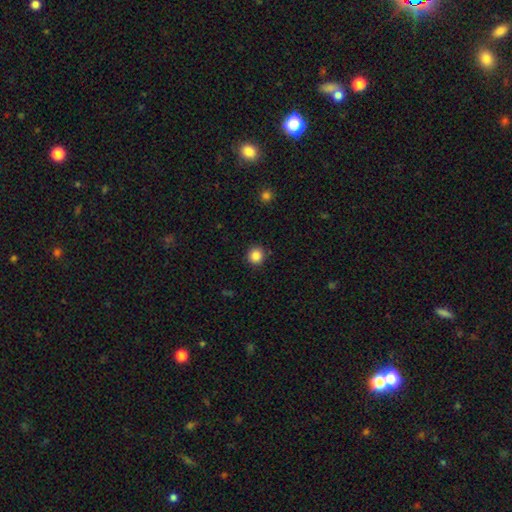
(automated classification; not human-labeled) smooth_or_featured: smooth (p=0.86) [alt: star or artifact p=0.11]
how_rounded: round (p=0.92) [alt: in between p=0.07]
merging: none (p=0.90) [alt: minor disturbance p=0.06]